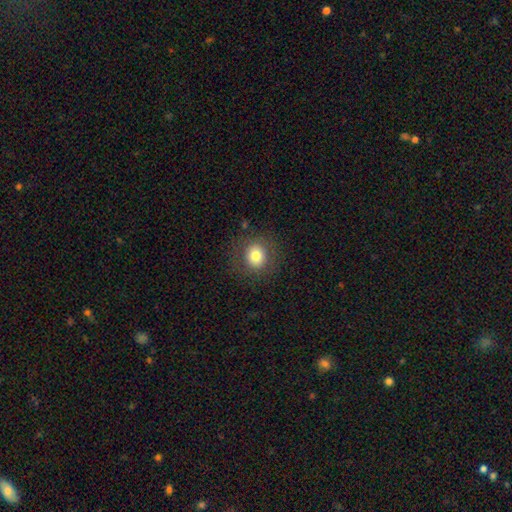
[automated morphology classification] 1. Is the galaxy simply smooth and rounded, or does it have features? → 78% smooth, 11% featured or disk, 11% star or artifact.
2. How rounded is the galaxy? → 83% round, 16% in between, 1% cigar-shaped.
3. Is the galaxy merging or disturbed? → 85% none, 9% minor disturbance, 4% major disturbance, 1% merger.